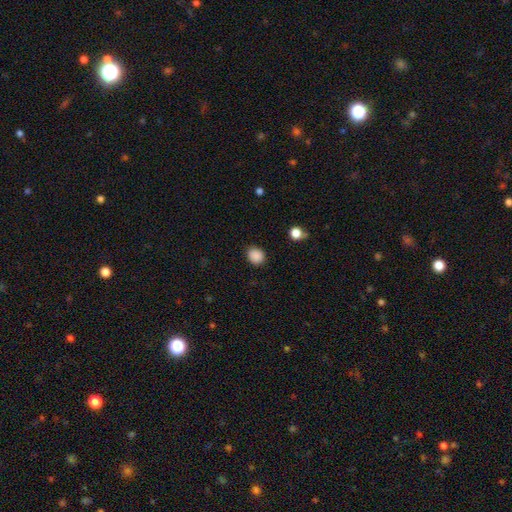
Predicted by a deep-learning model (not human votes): smooth_or_featured: smooth (p=0.87) [alt: star or artifact p=0.10]
how_rounded: round (p=0.74) [alt: in between p=0.25]
merging: none (p=0.88) [alt: minor disturbance p=0.08]